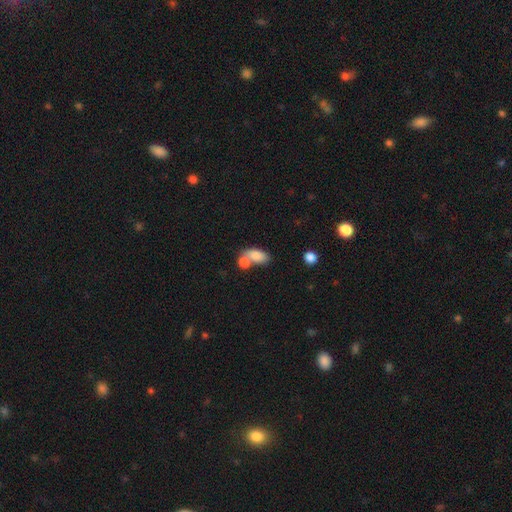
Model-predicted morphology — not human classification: Overall: smooth (81%). How rounded: in between (89%). Merging: merger (51%; none 33%).